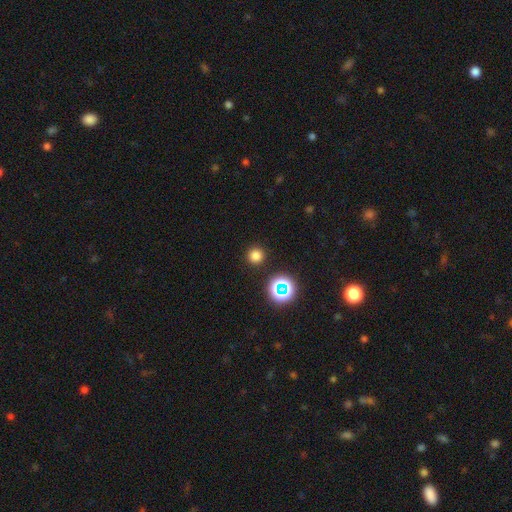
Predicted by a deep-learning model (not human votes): This is likely a smooth galaxy (75%). How rounded: clearly round (96%). Merging: clearly none (92%).